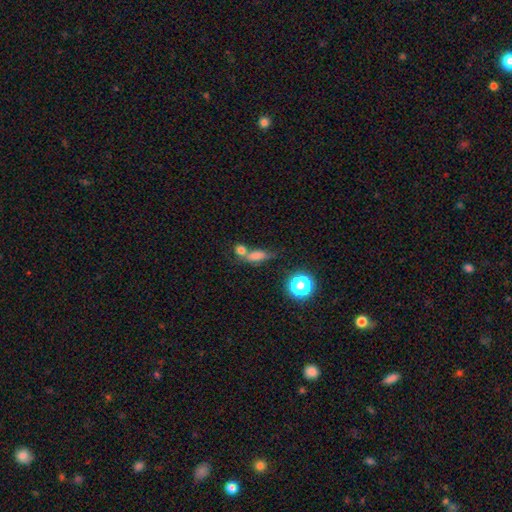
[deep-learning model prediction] Smooth or featured?
  - smooth: 67% *
  - star or artifact: 18%
  - featured or disk: 15%
How rounded?
  - in between: 48% *
  - cigar-shaped: 27%
  - round: 25%
Merging?
  - merger: 40% * (tied)
  - none: 40% * (tied)
  - minor disturbance: 12%
  - major disturbance: 8%